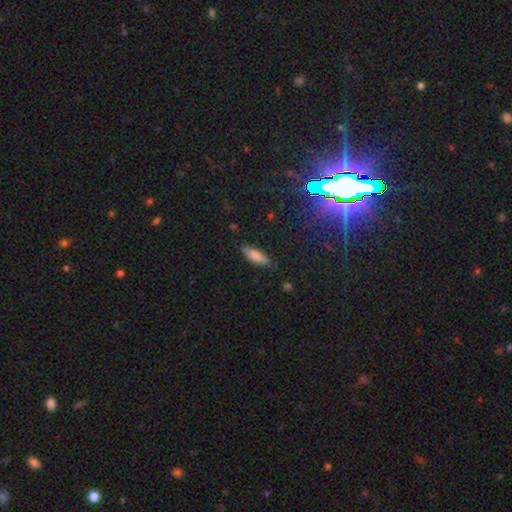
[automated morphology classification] Smooth or featured? smooth (79%)
How rounded? in between (52%)
Merging? none (79%)